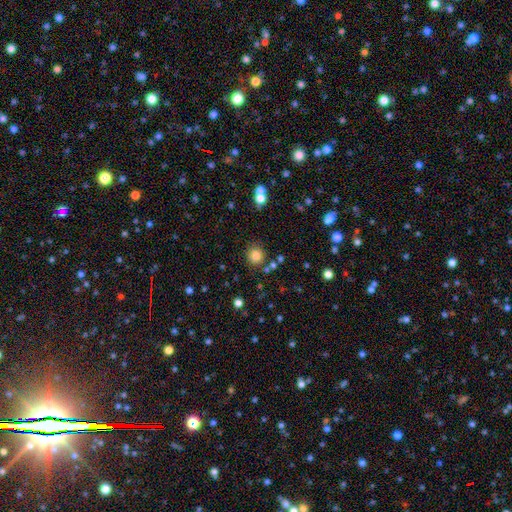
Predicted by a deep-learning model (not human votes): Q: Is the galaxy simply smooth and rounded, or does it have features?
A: smooth — 82%.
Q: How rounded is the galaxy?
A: round — 91%.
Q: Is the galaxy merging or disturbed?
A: none — 83%.